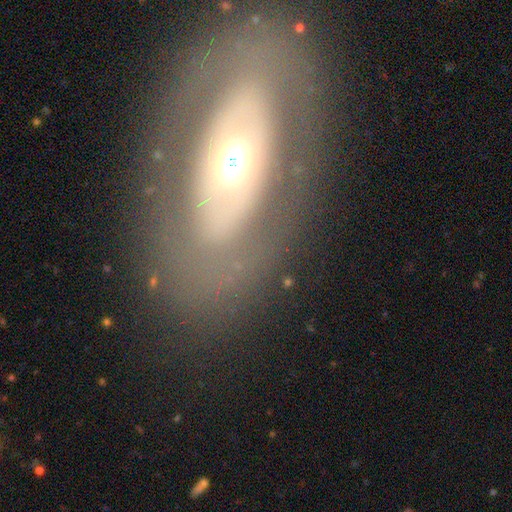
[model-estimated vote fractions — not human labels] A featured or disk galaxy (64%) with no bar (83%), no spiral arms (82%) and a moderate central bulge (60%).

Vote fractions:
- Smooth or featured? featured or disk: 64% / smooth: 29% / star or artifact: 7%
- Edge-on disk? no: 88% / yes: 12%
- Bar? no: 83% / weak: 10% / strong: 7%
- Spiral arms? no: 82% / yes: 18%
- Bulge size? moderate: 60% / large: 23% / small: 11% / dominant: 4% / none: 1%
- Merging? none: 82% / minor disturbance: 10% / major disturbance: 7% / merger: 1%